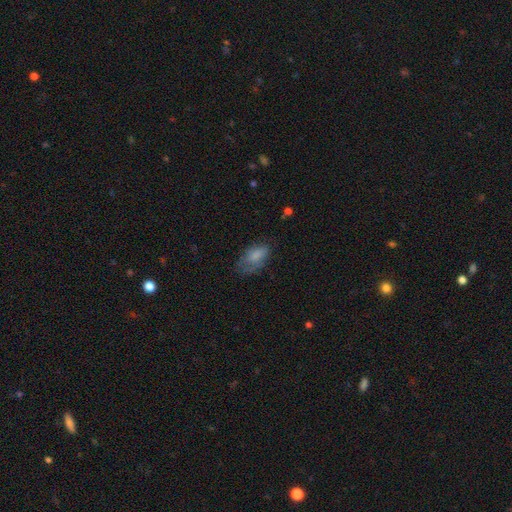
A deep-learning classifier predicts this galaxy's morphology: Smooth or featured? smooth (72%)
How rounded? in between (91%)
Merging? none (46%)